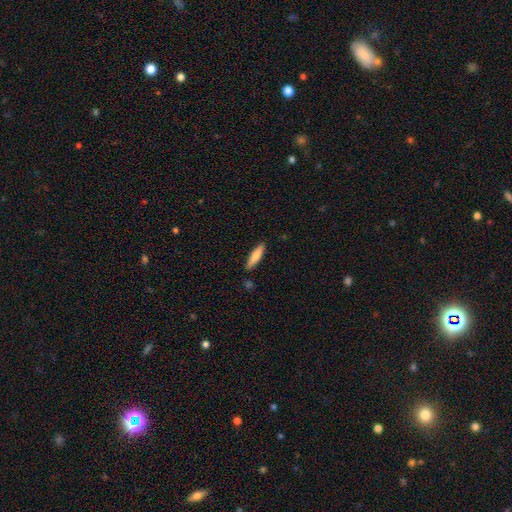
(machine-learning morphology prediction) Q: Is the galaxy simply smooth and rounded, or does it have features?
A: smooth — 76%.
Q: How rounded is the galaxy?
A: cigar-shaped — 75%.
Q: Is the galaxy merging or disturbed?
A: none — 86%.